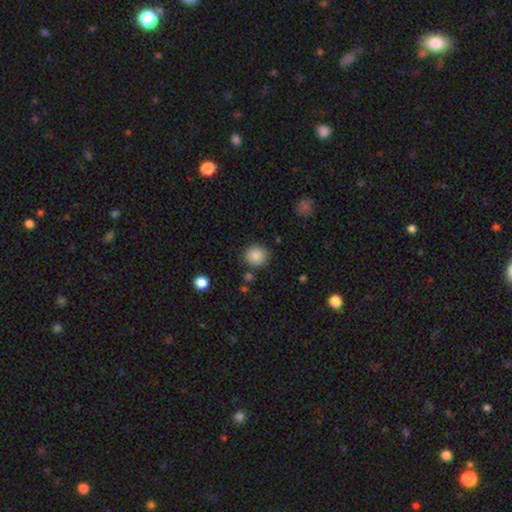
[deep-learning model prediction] The model was most divided on "merging": none: 86%, minor disturbance: 8%, merger: 3%, major disturbance: 3%. More confident: how rounded — round (89%); smooth or featured — smooth (87%).